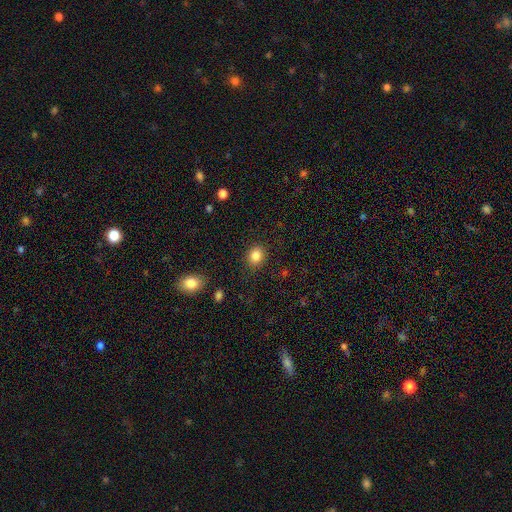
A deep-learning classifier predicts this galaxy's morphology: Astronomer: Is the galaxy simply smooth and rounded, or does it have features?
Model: smooth — 85%.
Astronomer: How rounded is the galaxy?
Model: round — 64%.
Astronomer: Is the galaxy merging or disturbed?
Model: none — 87%.